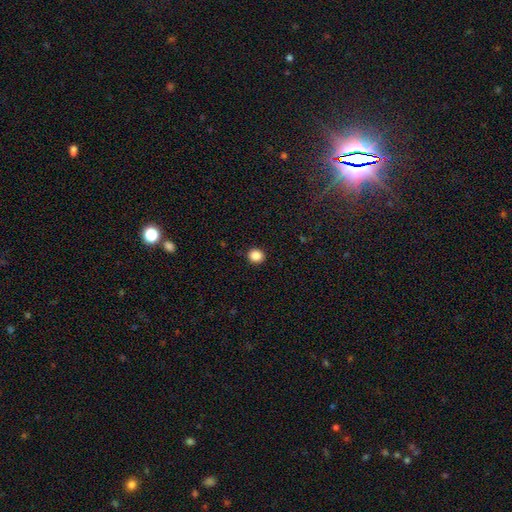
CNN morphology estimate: Q: Smooth or featured?
A: smooth (87%); runner-up: star or artifact (10%)
Q: How rounded?
A: round (84%); runner-up: in between (15%)
Q: Merging?
A: none (92%); runner-up: minor disturbance (5%)